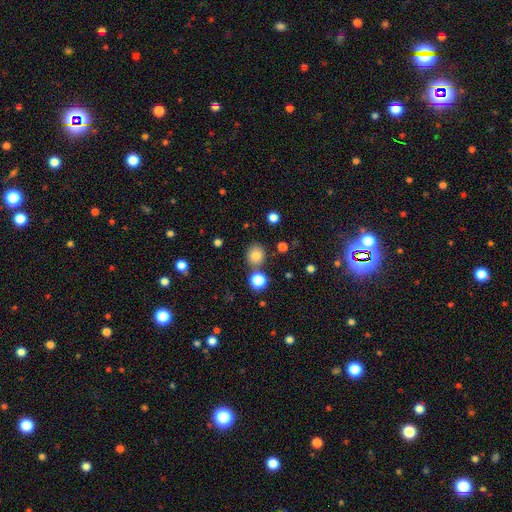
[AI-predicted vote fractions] Smooth or featured? smooth (81%)
How rounded? round (85%)
Merging? none (78%)